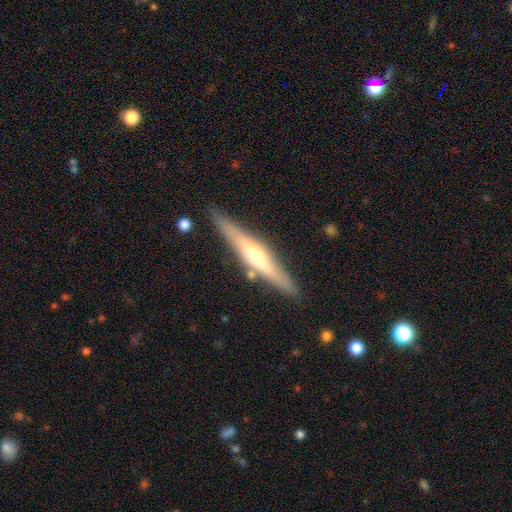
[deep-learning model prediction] This appears to be a featured or disk galaxy (71%) viewed edge-on (97%) with a rounded central bulge (82%). Merging: none (88%).